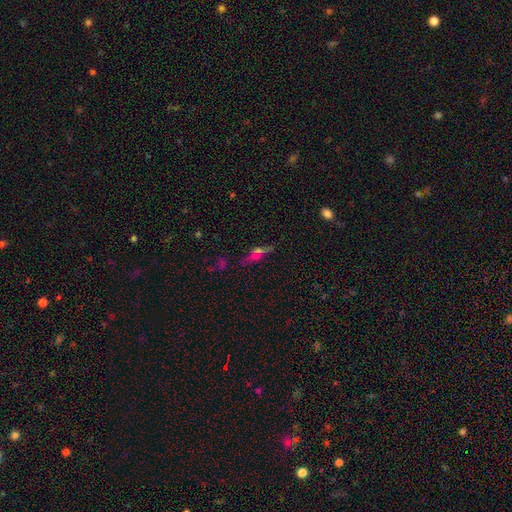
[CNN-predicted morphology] A smooth galaxy with no disk features (38%). Merging: none (66%).